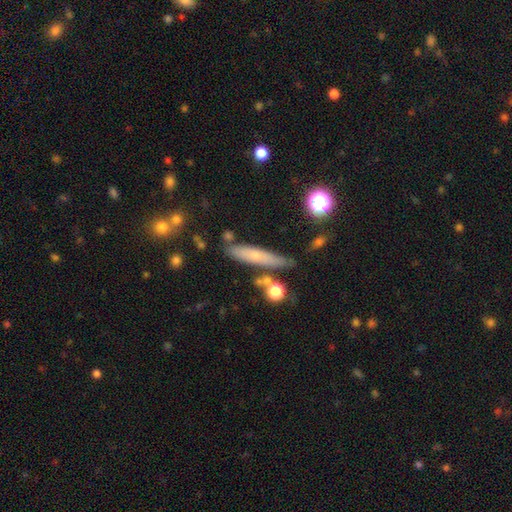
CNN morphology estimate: This is possibly a smooth galaxy (56%). How rounded: clearly cigar-shaped (86%). Merging: likely none (73%).